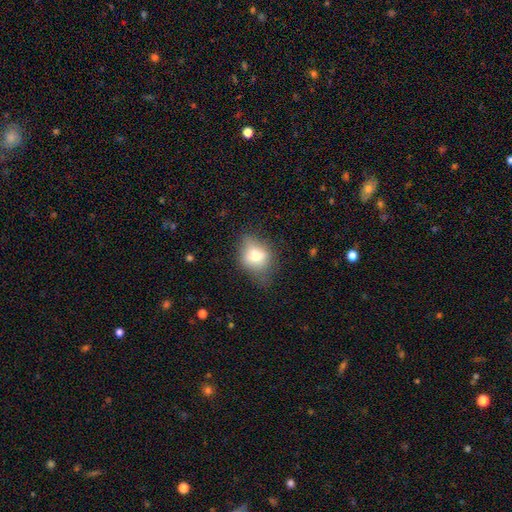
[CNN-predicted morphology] This is likely a smooth galaxy (65%). How rounded: likely in between (60%). Merging: possibly none (55%).